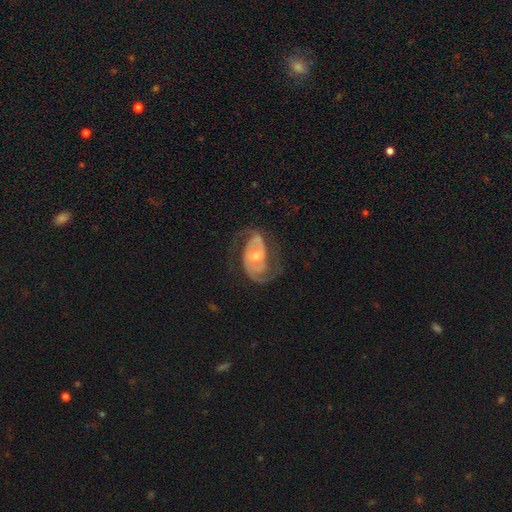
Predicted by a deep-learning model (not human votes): A featured or disk galaxy (88%) with no bar (51%), 2 (85%) medium (48%) spiral arms (96%) and a moderate central bulge (59%).

Vote fractions:
- Smooth or featured? featured or disk: 88% / smooth: 7% / star or artifact: 5%
- Edge-on disk? no: 97% / yes: 3%
- Bar? no: 51% / weak: 35% / strong: 14%
- Spiral arms? yes: 96% / no: 4%
- Spiral winding? medium: 48% / tight: 34% / loose: 18%
- Spiral arm count? 2: 85% / can't tell: 6% / 3: 4% / 1: 2% / 4: 1% / more than 4: 1%
- Bulge size? moderate: 59% / small: 34% / large: 4% / none: 1% / dominant: 1%
- Merging? none: 68% / minor disturbance: 17% / major disturbance: 14% / merger: 1%